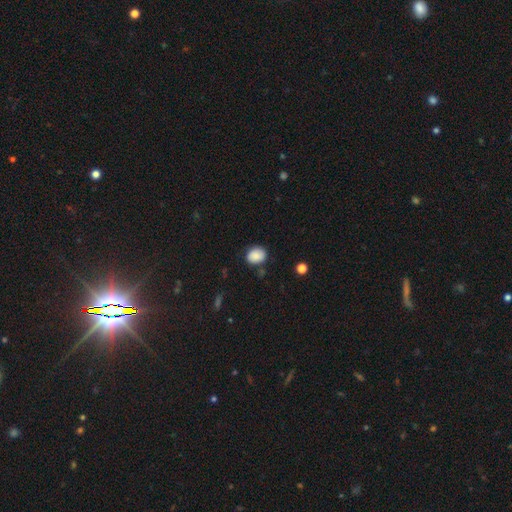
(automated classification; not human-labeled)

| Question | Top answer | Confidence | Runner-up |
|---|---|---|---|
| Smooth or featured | smooth | 87% | star or artifact (8%) |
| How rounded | round | 50% | in between (49%) |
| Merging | none | 76% | minor disturbance (17%) |